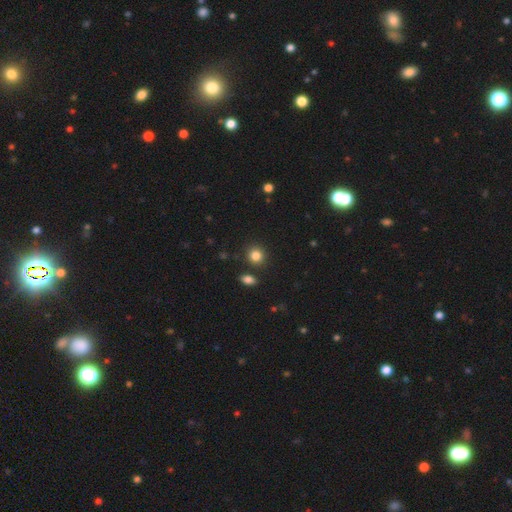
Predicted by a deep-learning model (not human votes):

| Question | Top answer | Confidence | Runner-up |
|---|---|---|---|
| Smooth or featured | smooth | 84% | star or artifact (11%) |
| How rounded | round | 83% | in between (16%) |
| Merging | none | 85% | minor disturbance (8%) |